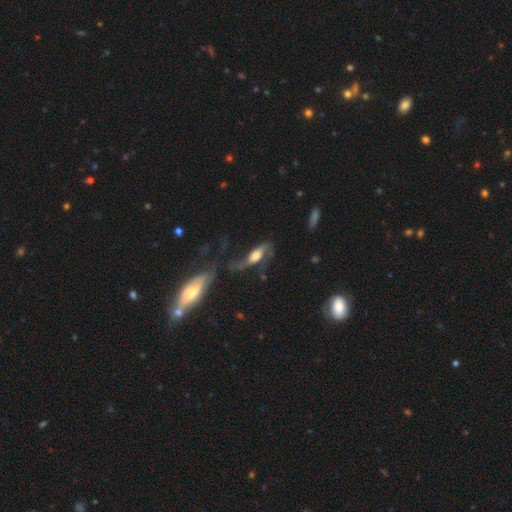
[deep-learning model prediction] Morphology: type=featured or disk (59%); edge-on=no (71%); merging=major disturbance (36%).